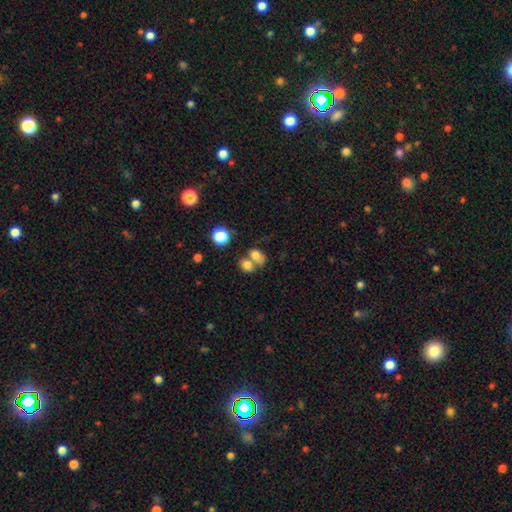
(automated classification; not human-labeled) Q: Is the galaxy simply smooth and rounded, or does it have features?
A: smooth — 73%.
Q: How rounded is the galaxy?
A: in between — 57%.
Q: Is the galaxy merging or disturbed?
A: merger — 58%.